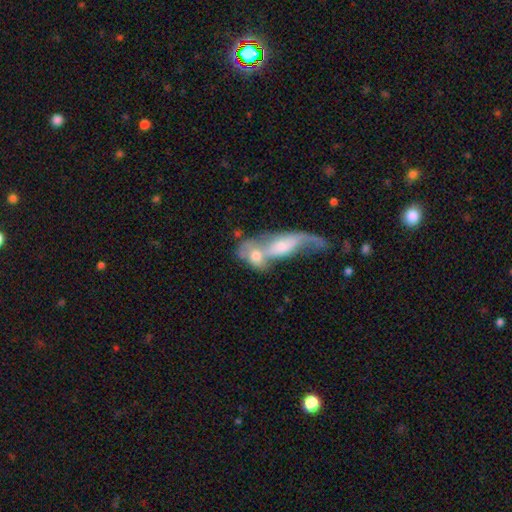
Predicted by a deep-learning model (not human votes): Overall: smooth (54%; featured or disk 38%). How rounded: in between (72%). Merging: merger (74%).